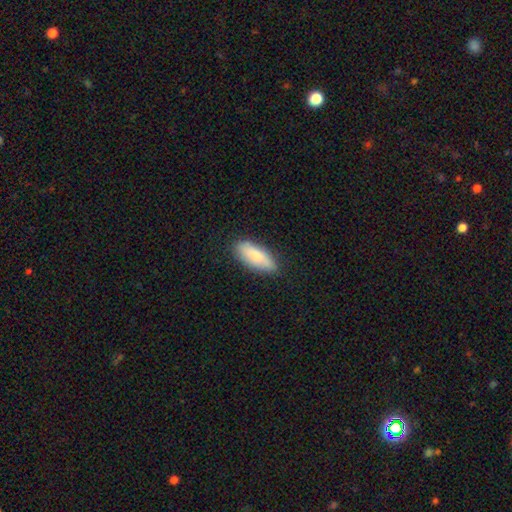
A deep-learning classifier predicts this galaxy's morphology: Smooth or featured? Predicted: smooth (p=0.79). How rounded? Predicted: in between (p=0.72). Merging? Predicted: none (p=0.83).